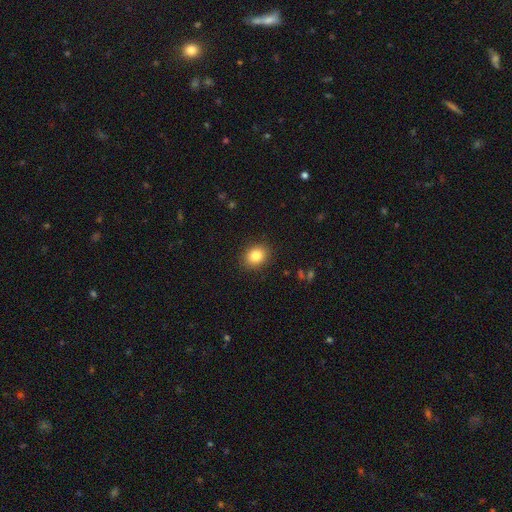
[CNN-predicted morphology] Smooth or featured: smooth — 85% (star or artifact — 9%)
How rounded: round — 54% (in between — 45%)
Merging: none — 89% (minor disturbance — 8%)